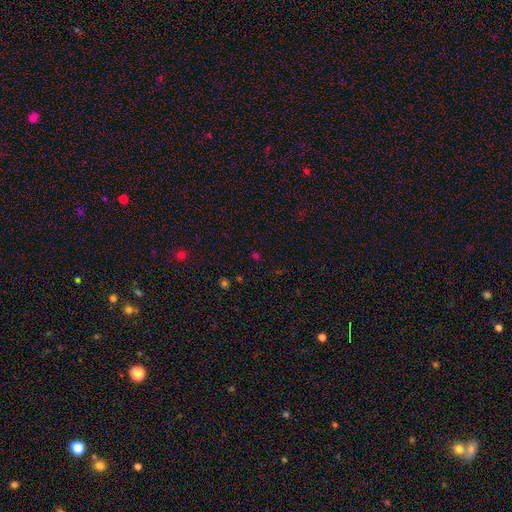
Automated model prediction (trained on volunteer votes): Q: Smooth or featured?
A: star or artifact (50%); runner-up: smooth (44%)